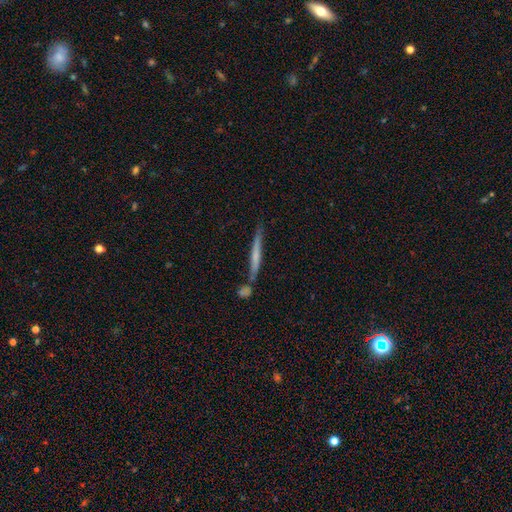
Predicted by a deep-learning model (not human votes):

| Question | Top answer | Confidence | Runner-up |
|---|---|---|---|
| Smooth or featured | featured or disk | 48% | smooth (45%) |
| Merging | none | 65% | merger (16%) |